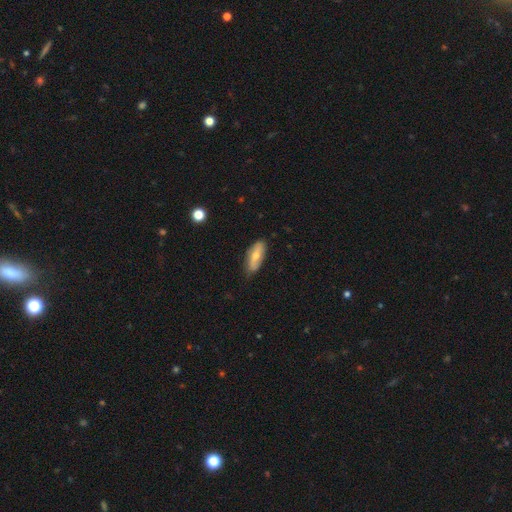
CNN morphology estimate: A smooth galaxy with no disk features (58%) that is in between round and cigar-shaped (76%).

Vote fractions:
- Smooth or featured? smooth: 58% / featured or disk: 36% / star or artifact: 6%
- How rounded? in between: 76% / cigar-shaped: 21% / round: 3%
- Merging? none: 79% / minor disturbance: 17% / major disturbance: 3% / merger: 1%